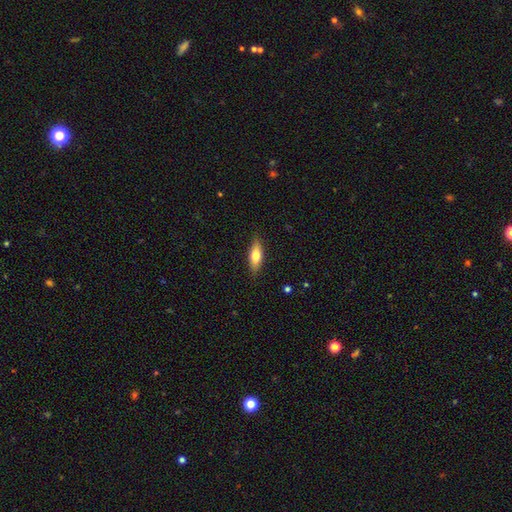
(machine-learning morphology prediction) smooth 67%, featured or disk 27%, star or artifact 6%. Down the decision tree: how rounded — in between (59%); merging — none (87%).